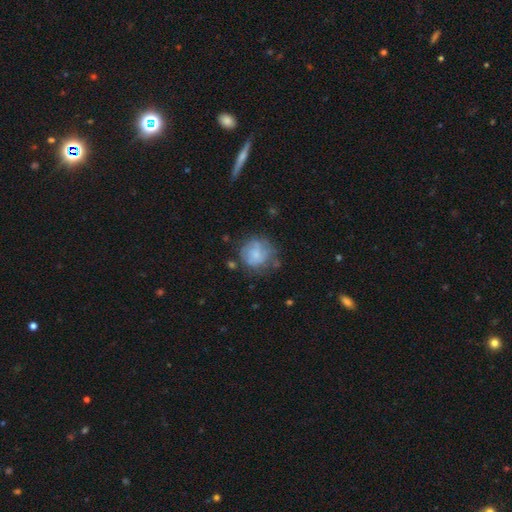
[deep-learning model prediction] Smooth or featured? Predicted: smooth (p=0.57). How rounded? Predicted: round (p=0.87). Merging? Predicted: none (p=0.57).